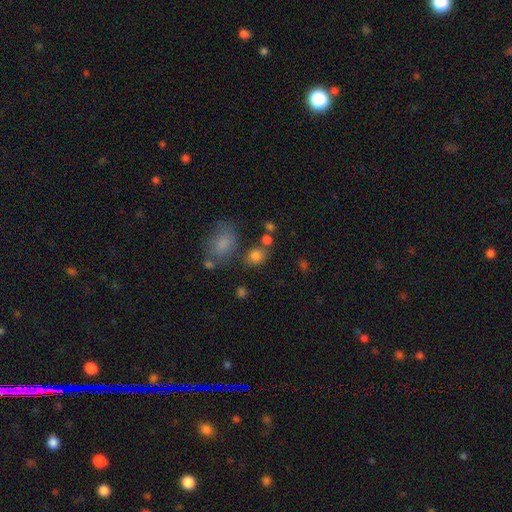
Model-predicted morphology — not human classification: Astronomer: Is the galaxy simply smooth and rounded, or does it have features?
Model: smooth — 80%.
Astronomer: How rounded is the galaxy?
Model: round — 58% (runner-up: in between, 40%).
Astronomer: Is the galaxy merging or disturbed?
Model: none — 64%.